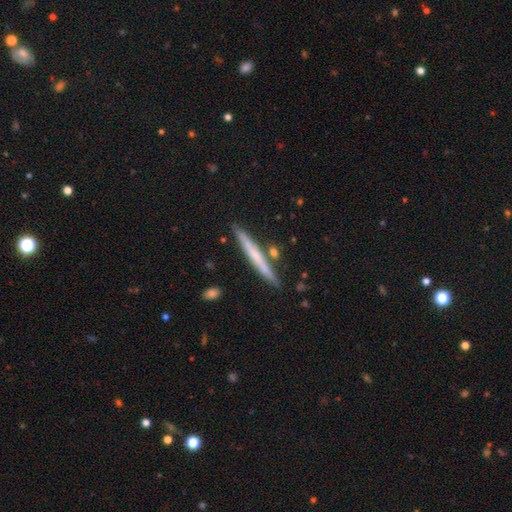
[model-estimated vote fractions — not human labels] smooth 49%, featured or disk 45%, star or artifact 6%. Down the decision tree: merging — none (85%).